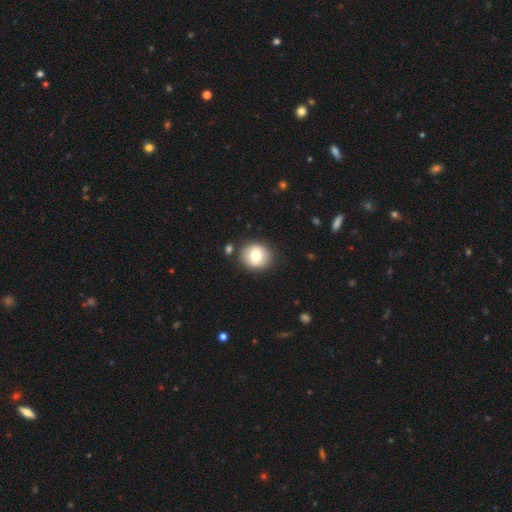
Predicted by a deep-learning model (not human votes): This is likely a smooth galaxy (76%). How rounded: clearly round (82%). Merging: clearly none (84%).